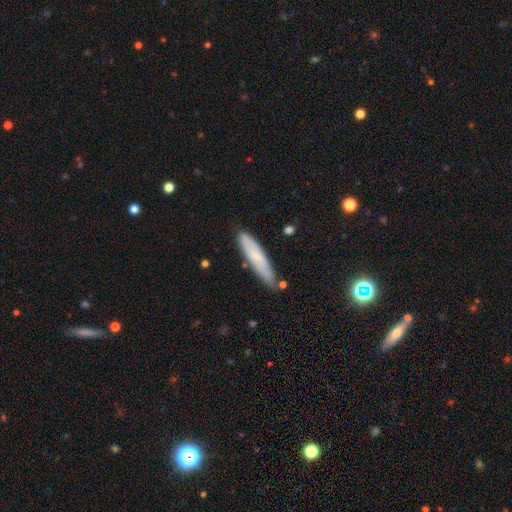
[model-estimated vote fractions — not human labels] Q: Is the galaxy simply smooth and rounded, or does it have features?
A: smooth — 68%.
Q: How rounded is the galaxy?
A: cigar-shaped — 83%.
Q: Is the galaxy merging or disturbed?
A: none — 78%.